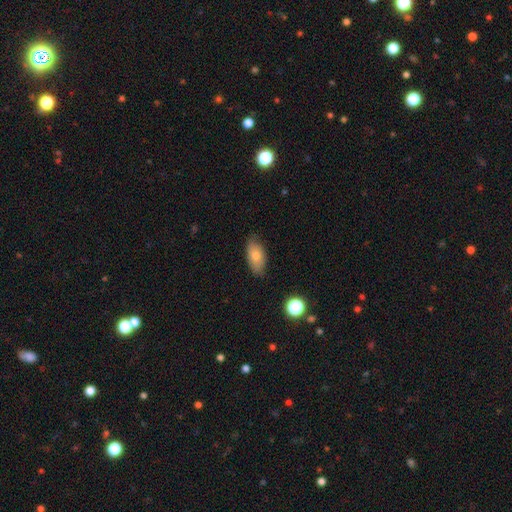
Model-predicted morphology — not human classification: smooth_or_featured: smooth (p=0.78) [alt: featured or disk p=0.14]
how_rounded: in between (p=0.90) [alt: cigar-shaped p=0.06]
merging: none (p=0.77) [alt: minor disturbance p=0.19]